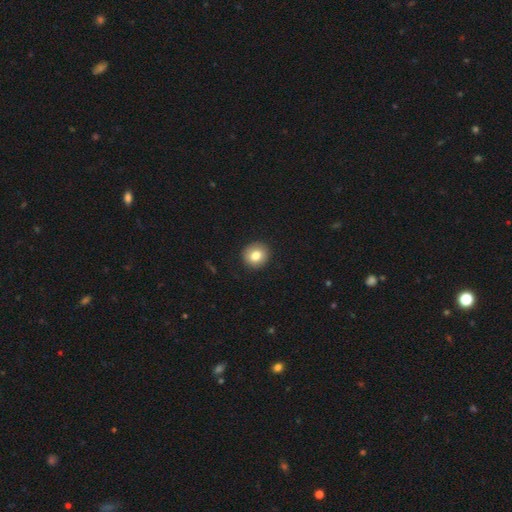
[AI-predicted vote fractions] The model was most divided on "smooth or featured": smooth: 81%, featured or disk: 10%, star or artifact: 9%. More confident: merging — none (92%); how rounded — round (89%).